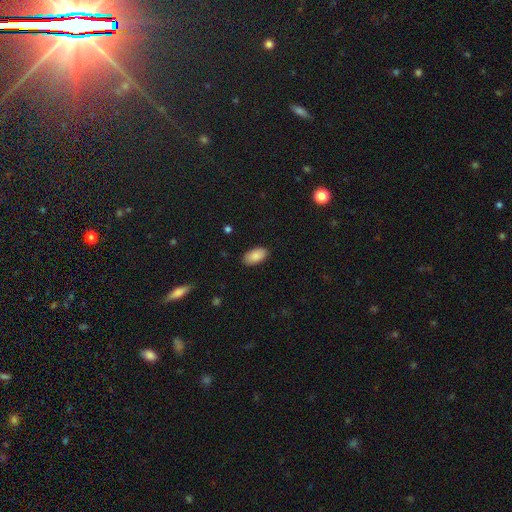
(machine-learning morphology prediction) Overall: smooth (88%). How rounded: in between (95%). Merging: none (89%).